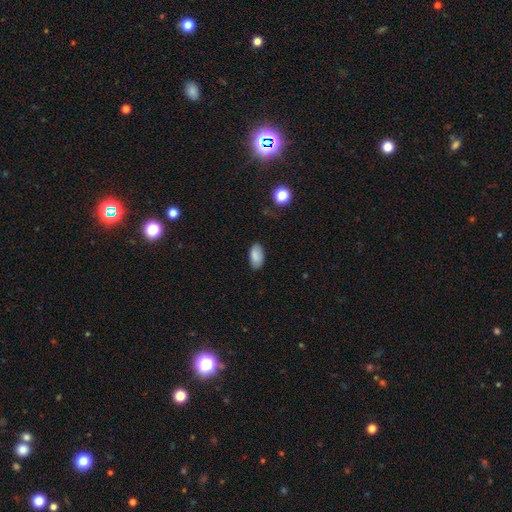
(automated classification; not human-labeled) Overall: smooth (86%). How rounded: in between (94%). Merging: none (82%).